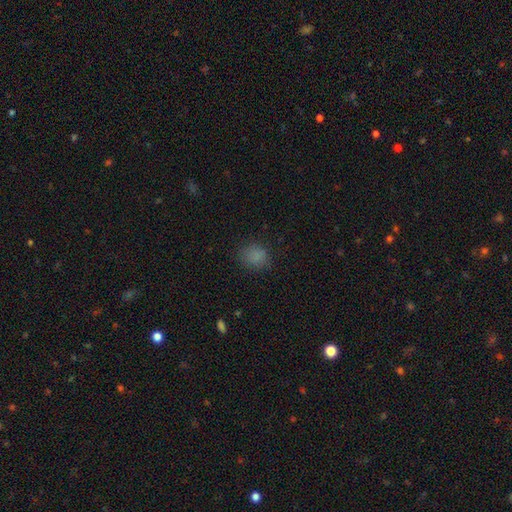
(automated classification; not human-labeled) smooth 80%, star or artifact 15%, featured or disk 5%. Down the decision tree: how rounded — round (68%); merging — none (80%).